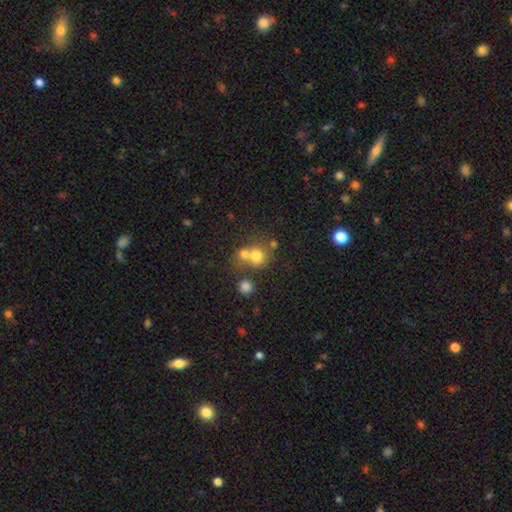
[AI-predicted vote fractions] A smooth galaxy with no disk features (72%) that is round (81%).

Vote fractions:
- Smooth or featured? smooth: 72% / featured or disk: 14% / star or artifact: 14%
- How rounded? round: 81% / in between: 18% / cigar-shaped: 1%
- Merging? merger: 47% / none: 41% / minor disturbance: 7% / major disturbance: 4%